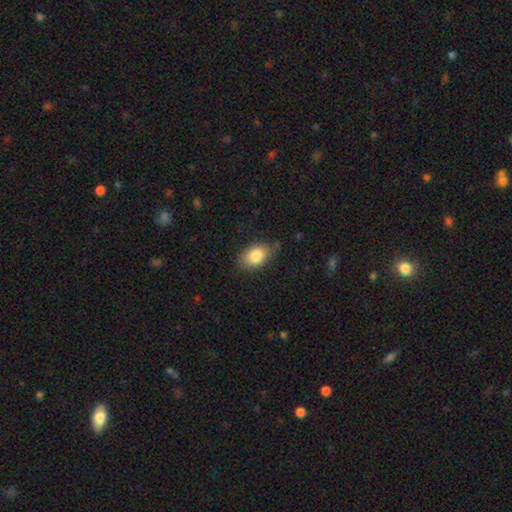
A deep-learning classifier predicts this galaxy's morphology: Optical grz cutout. It shows a smooth galaxy with no disk features (85%) that is in between round and cigar-shaped (88%). Merging: none (74%).